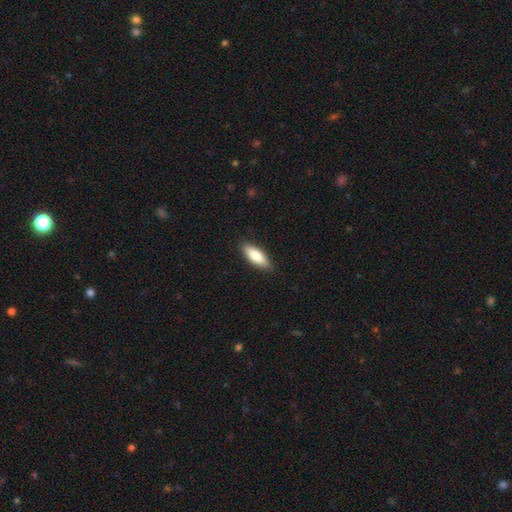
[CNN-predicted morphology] smooth 78%, featured or disk 16%, star or artifact 6%. Down the decision tree: how rounded — in between (63%); merging — none (87%).